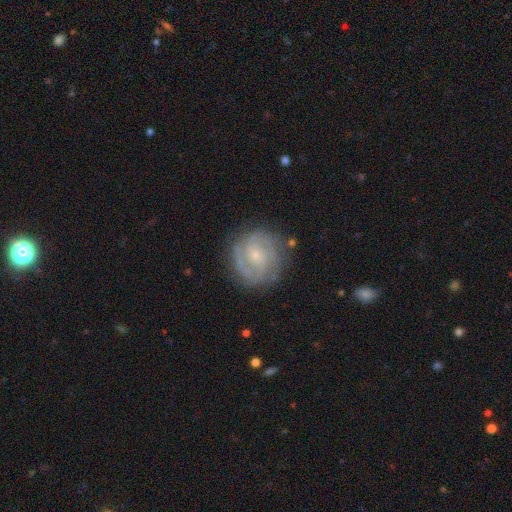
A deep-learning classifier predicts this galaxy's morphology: Overall: featured or disk (80%). Edge-on disk: no (98%). Bar: no (64%; weak 30%). Spiral arms: yes (94%). Spiral arm count: 2 (35%; can't tell 27%). Spiral winding: tight (64%; medium 29%). Bulge size: small (79%). Merging: none (78%).